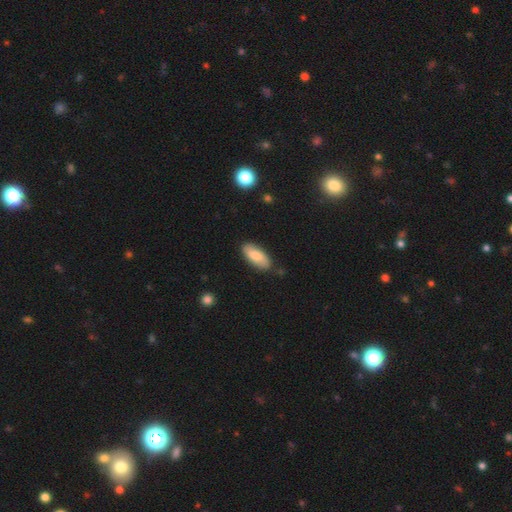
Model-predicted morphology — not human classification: This appears to be a smooth galaxy with no disk features (74%) that is in between round and cigar-shaped (85%). Merging: none (84%).